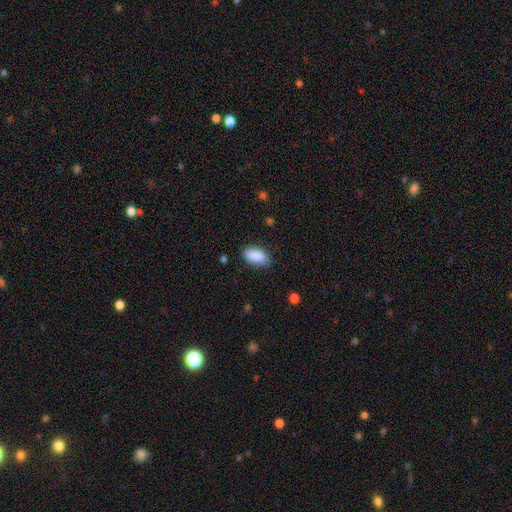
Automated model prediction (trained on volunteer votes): smooth_or_featured: smooth (p=0.89) [alt: star or artifact p=0.06]
how_rounded: in between (p=0.92) [alt: cigar-shaped p=0.05]
merging: none (p=0.84) [alt: minor disturbance p=0.12]